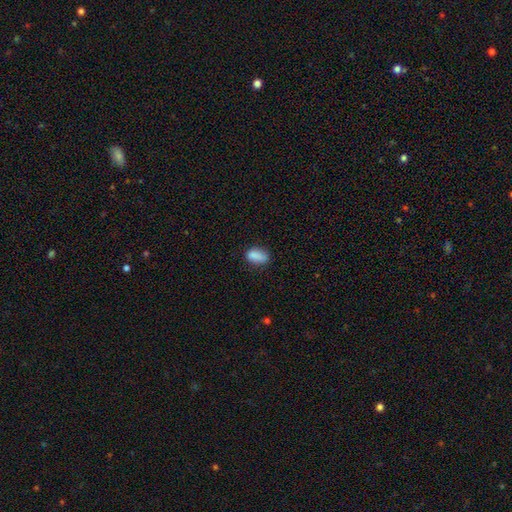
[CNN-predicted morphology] A smooth galaxy with no disk features (86%) that is in between round and cigar-shaped (85%). Merging: none (68%).